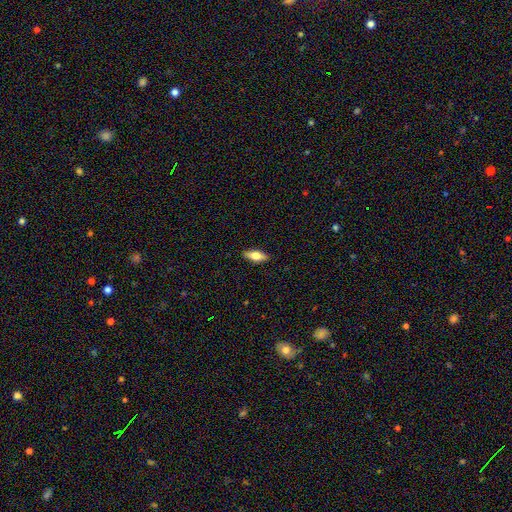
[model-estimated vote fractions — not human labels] Q: Smooth or featured?
A: smooth (67%); runner-up: featured or disk (26%)
Q: How rounded?
A: in between (75%); runner-up: cigar-shaped (22%)
Q: Merging?
A: none (89%); runner-up: minor disturbance (8%)